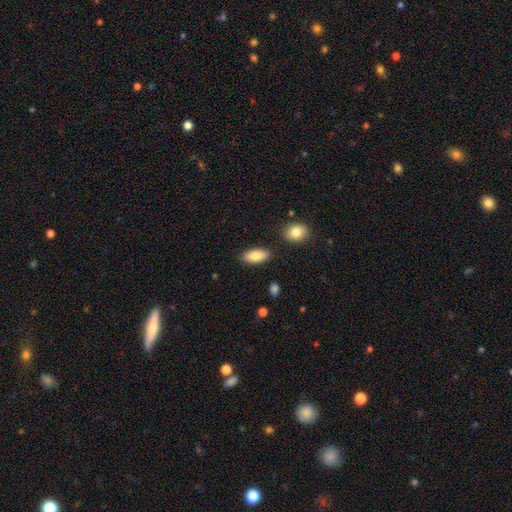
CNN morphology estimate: Smooth or featured? Predicted: smooth (p=0.84). How rounded? Predicted: in between (p=0.88). Merging? Predicted: none (p=0.85).